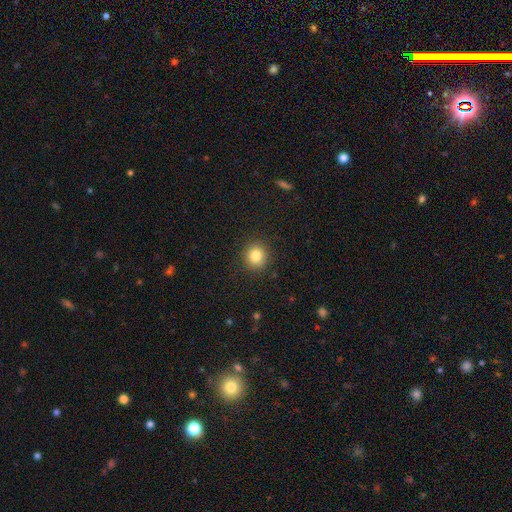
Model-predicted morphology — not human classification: Smooth or featured?
  - smooth: 83% *
  - star or artifact: 11%
  - featured or disk: 6%
How rounded?
  - round: 87% *
  - in between: 12%
  - cigar-shaped: 1%
Merging?
  - none: 90% *
  - minor disturbance: 7%
  - major disturbance: 2%
  - merger: 1%